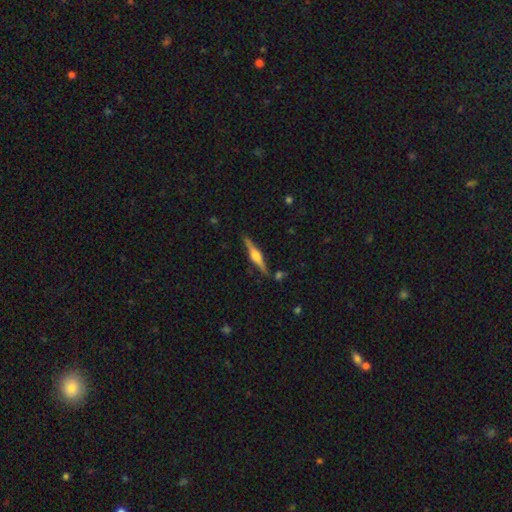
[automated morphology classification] Q: Smooth or featured?
A: featured or disk (79%); runner-up: smooth (15%)
Q: Edge-on disk?
A: yes (98%); runner-up: no (2%)
Q: Edge-on bulge?
A: rounded (90%); runner-up: boxy (8%)
Q: Merging?
A: none (88%); runner-up: minor disturbance (8%)